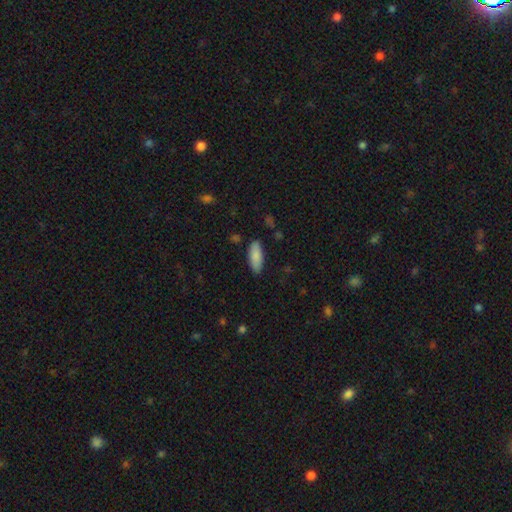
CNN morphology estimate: This appears to be a smooth galaxy with no disk features (86%) that is in between round and cigar-shaped (77%). Merging: none (85%).